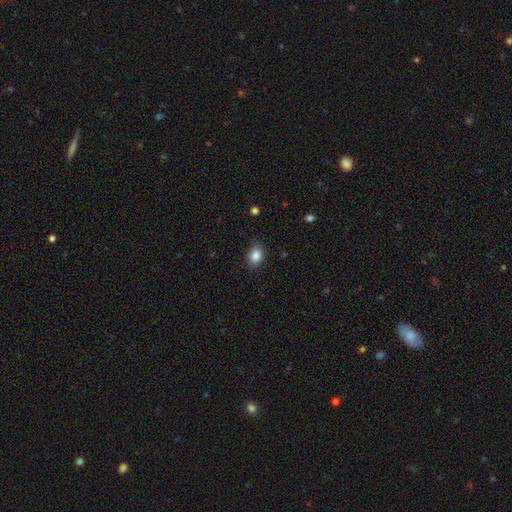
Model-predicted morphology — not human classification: Q: Smooth or featured?
A: smooth (85%); runner-up: star or artifact (9%)
Q: How rounded?
A: in between (62%); runner-up: round (37%)
Q: Merging?
A: none (85%); runner-up: minor disturbance (12%)